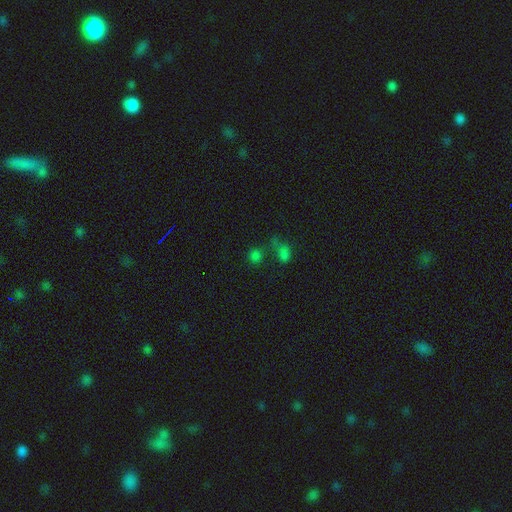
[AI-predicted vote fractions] A smooth galaxy with no disk features (63%) that is round (76%).

Vote fractions:
- Smooth or featured? smooth: 63% / star or artifact: 31% / featured or disk: 7%
- How rounded? round: 76% / in between: 22% / cigar-shaped: 2%
- Merging? none: 51% / merger: 32% / minor disturbance: 10% / major disturbance: 7%